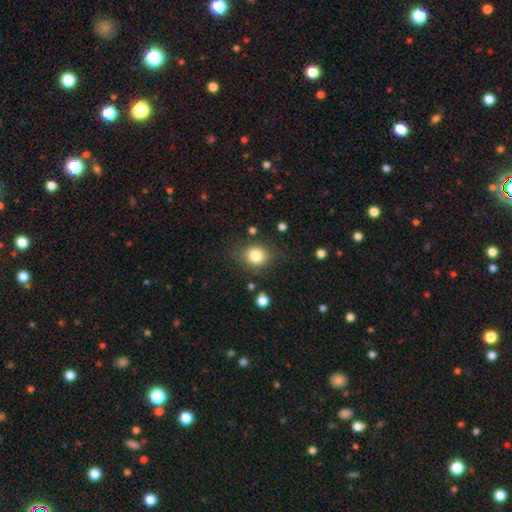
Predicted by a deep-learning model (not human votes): smooth_or_featured: smooth (p=0.82) [alt: star or artifact p=0.11]
how_rounded: round (p=0.74) [alt: in between p=0.25]
merging: none (p=0.80) [alt: minor disturbance p=0.12]